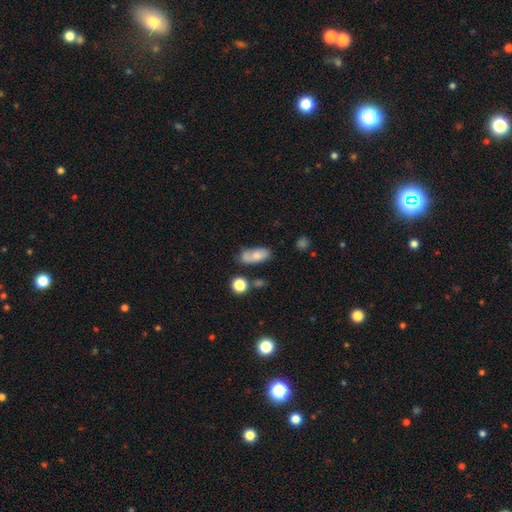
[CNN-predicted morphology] Smooth or featured: smooth — 71% (featured or disk — 20%)
How rounded: in between — 84% (cigar-shaped — 11%)
Merging: none — 56% (minor disturbance — 26%)